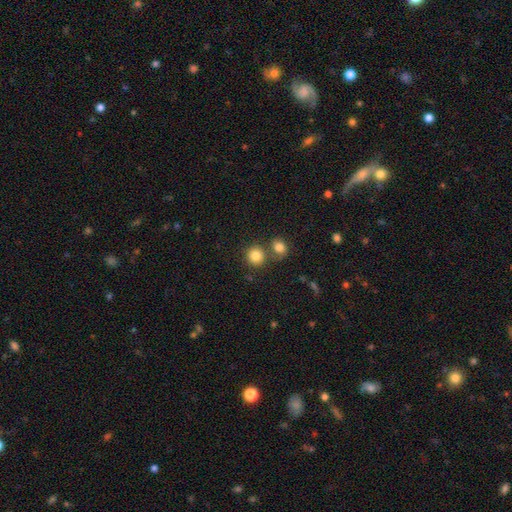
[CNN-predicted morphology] Smooth or featured?
  - smooth: 83% *
  - star or artifact: 11%
  - featured or disk: 6%
How rounded?
  - round: 89% *
  - in between: 10%
  - cigar-shaped: 1%
Merging?
  - none: 64% *
  - merger: 25%
  - minor disturbance: 8%
  - major disturbance: 3%